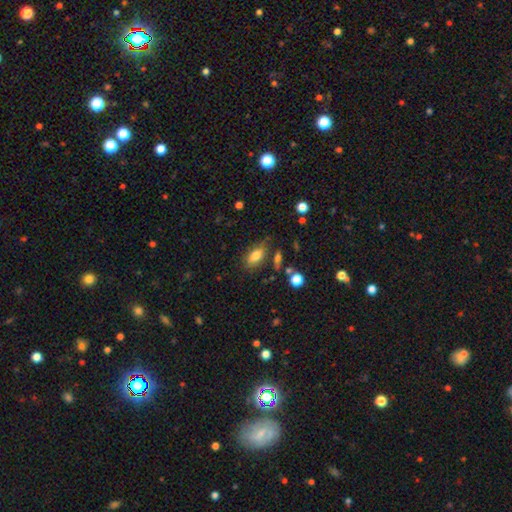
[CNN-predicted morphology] This appears to be a smooth galaxy with no disk features (79%) that is in between round and cigar-shaped (87%). Merging: none (68%).